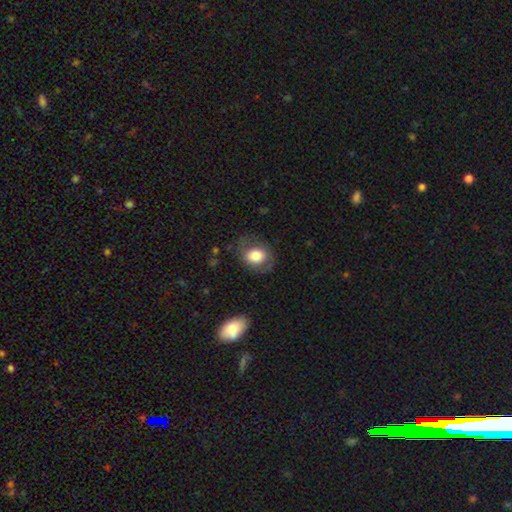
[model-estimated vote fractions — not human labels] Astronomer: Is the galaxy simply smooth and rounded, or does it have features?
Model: smooth — 73%.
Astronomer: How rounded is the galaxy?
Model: round — 52% (runner-up: in between, 47%).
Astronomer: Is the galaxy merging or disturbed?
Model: none — 70%.